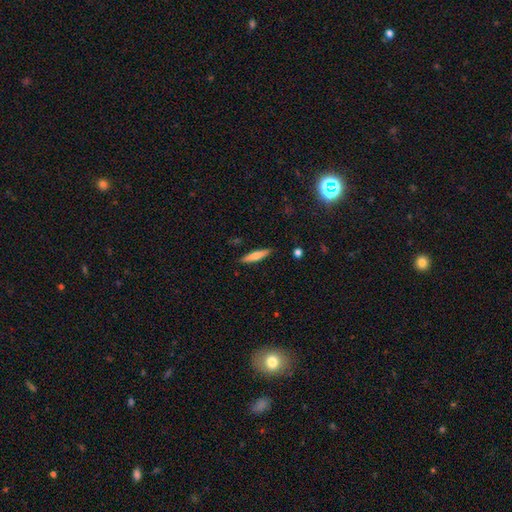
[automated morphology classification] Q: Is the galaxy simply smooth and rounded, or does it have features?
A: smooth — 62%.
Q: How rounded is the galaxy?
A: cigar-shaped — 85%.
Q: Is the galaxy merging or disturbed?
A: none — 88%.